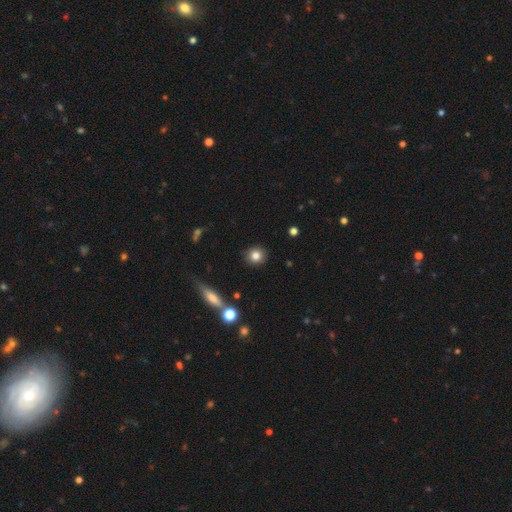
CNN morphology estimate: Overall: smooth (83%). How rounded: round (89%). Merging: none (90%).